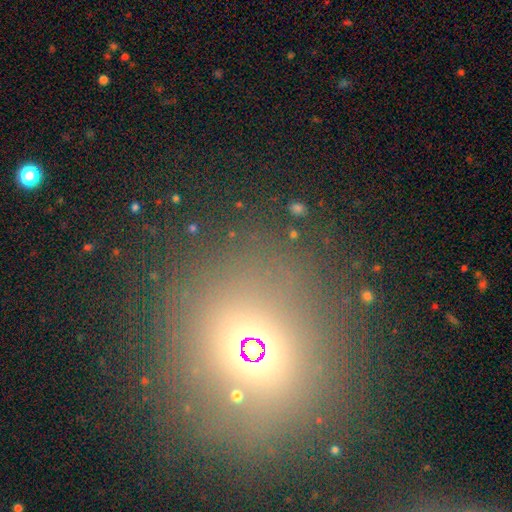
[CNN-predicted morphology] Smooth or featured: star or artifact — 52% (smooth — 33%)